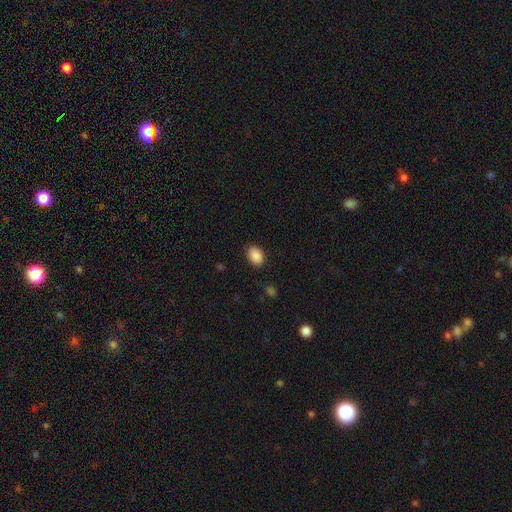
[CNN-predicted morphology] smooth 89%, star or artifact 8%, featured or disk 3%. Down the decision tree: how rounded — in between (81%); merging — none (87%).